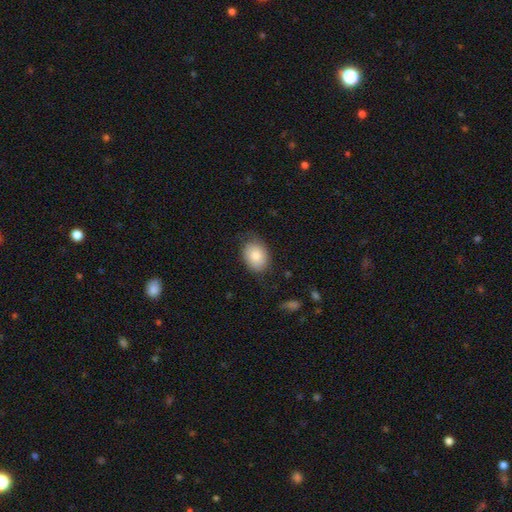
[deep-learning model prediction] Morphology: type=smooth (83%); roundness=in between (70%); merging=none (69%).